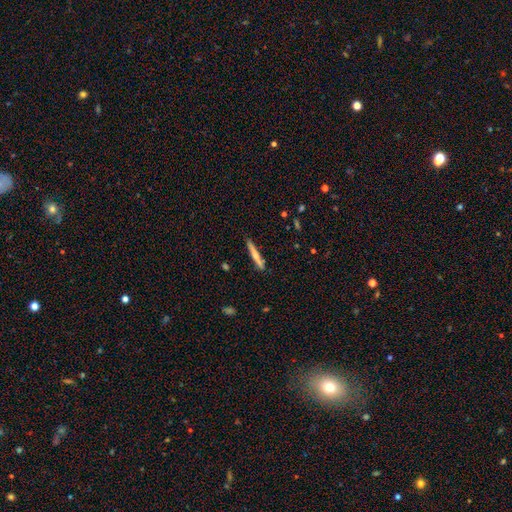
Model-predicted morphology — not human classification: Smooth or featured? featured or disk (53%)
Edge-on disk? yes (96%)
Edge-on bulge? rounded (82%)
Merging? none (85%)